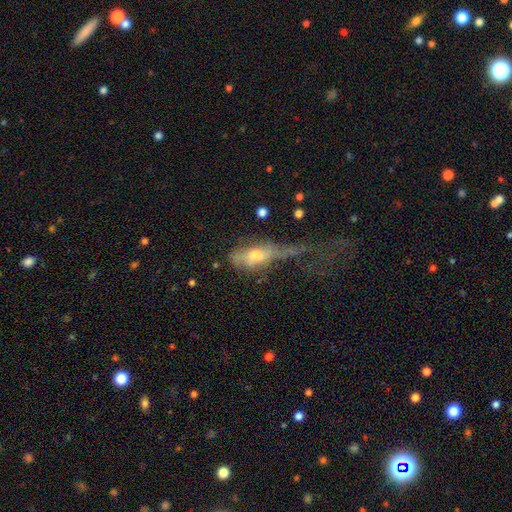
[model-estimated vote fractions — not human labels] smooth_or_featured: smooth (p=0.50) [alt: featured or disk p=0.40]
merging: major disturbance (p=0.54) [alt: minor disturbance p=0.21]